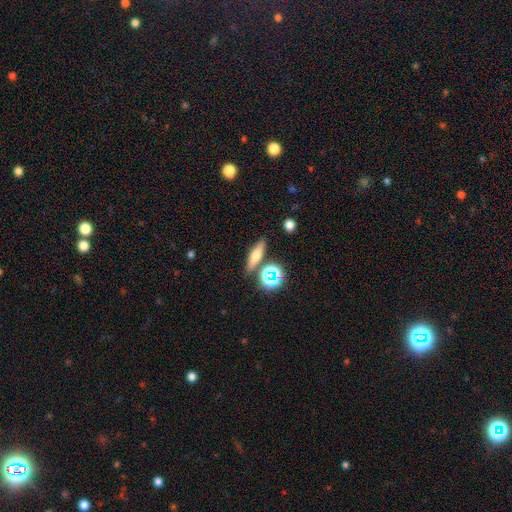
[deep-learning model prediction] smooth_or_featured: smooth (p=0.55) [alt: featured or disk p=0.30]
how_rounded: cigar-shaped (p=0.55) [alt: in between p=0.32]
merging: none (p=0.78) [alt: minor disturbance p=0.09]